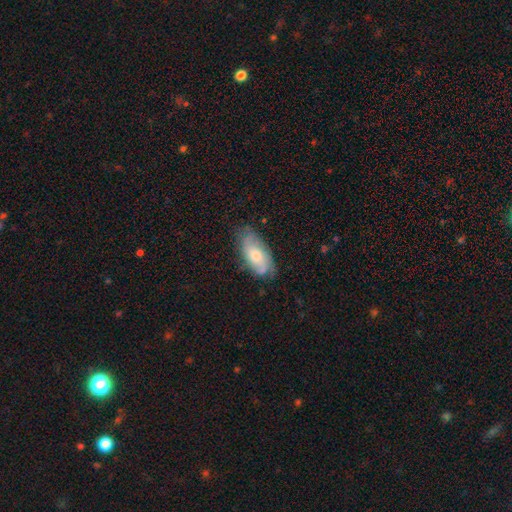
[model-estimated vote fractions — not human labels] Overall: featured or disk (49%; smooth 44%). Merging: none (69%).